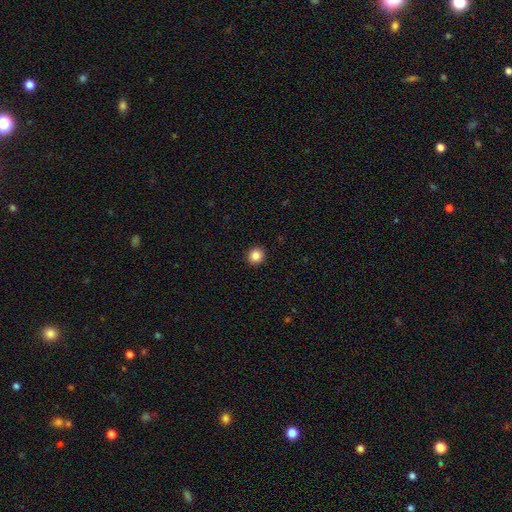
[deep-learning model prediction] A smooth galaxy with no disk features (86%) that is round (91%).

Vote fractions:
- Smooth or featured? smooth: 86% / star or artifact: 10% / featured or disk: 4%
- How rounded? round: 91% / in between: 9% / cigar-shaped: 1%
- Merging? none: 93% / minor disturbance: 5% / major disturbance: 2% / merger: 1%